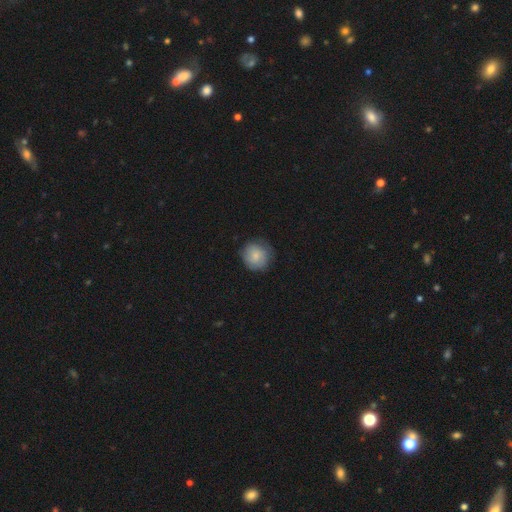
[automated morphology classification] smooth 80%, featured or disk 13%, star or artifact 7%. Down the decision tree: how rounded — round (90%); merging — none (79%).